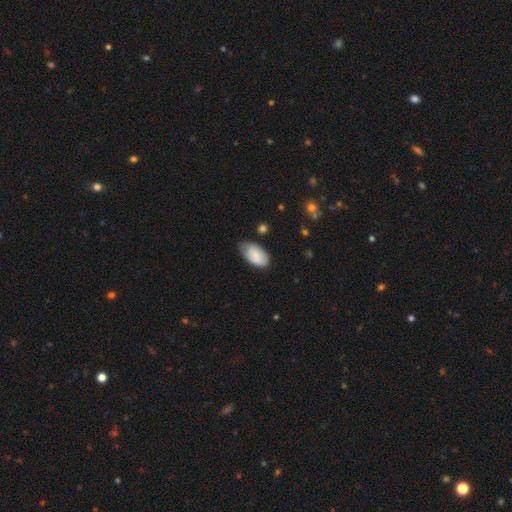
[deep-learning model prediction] smooth-or-featured: smooth: 81% | featured or disk: 12% | star or artifact: 6%
  how-rounded: in between: 95% | round: 3% | cigar-shaped: 2%
  merging: none: 56% | minor disturbance: 35% | major disturbance: 7% | merger: 2%